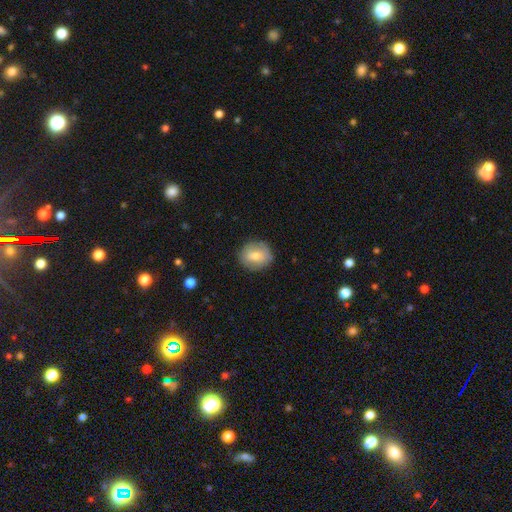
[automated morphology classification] Q: Smooth or featured?
A: smooth (72%); runner-up: featured or disk (21%)
Q: How rounded?
A: round (78%); runner-up: in between (21%)
Q: Merging?
A: none (83%); runner-up: minor disturbance (12%)